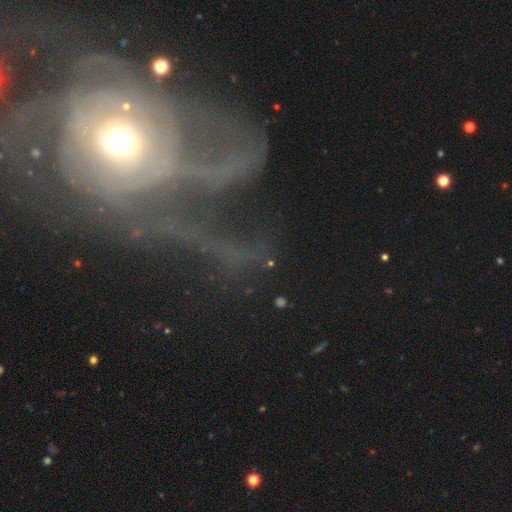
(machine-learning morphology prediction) smooth-or-featured: featured or disk: 57% | star or artifact: 26% | smooth: 17%
  disk-edge-on: no: 85% | yes: 15%
  merging: none: 48% | major disturbance: 26% | minor disturbance: 14% | merger: 11%